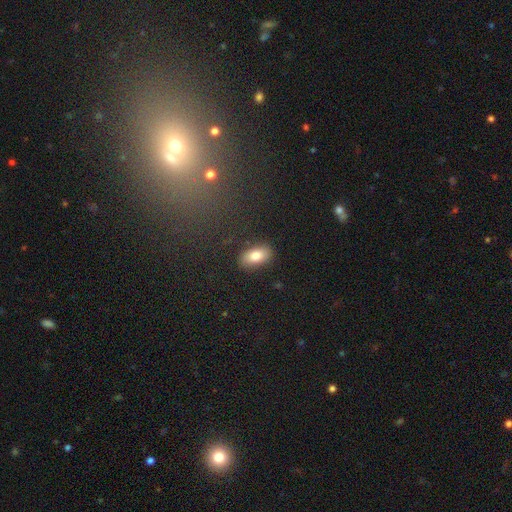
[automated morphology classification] Smooth or featured?
  - smooth: 80% *
  - featured or disk: 12%
  - star or artifact: 8%
How rounded?
  - in between: 91% *
  - round: 5%
  - cigar-shaped: 3%
Merging?
  - none: 87% *
  - minor disturbance: 10%
  - major disturbance: 3%
  - merger: 1%